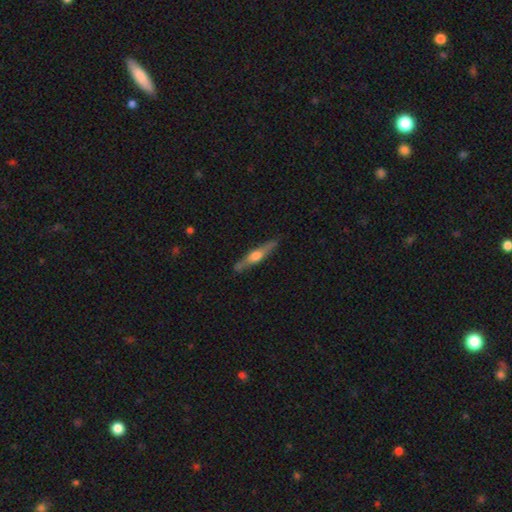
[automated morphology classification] Q: Smooth or featured?
A: featured or disk (67%); runner-up: smooth (28%)
Q: Edge-on disk?
A: yes (96%); runner-up: no (4%)
Q: Edge-on bulge?
A: rounded (89%); runner-up: boxy (8%)
Q: Merging?
A: none (86%); runner-up: minor disturbance (11%)